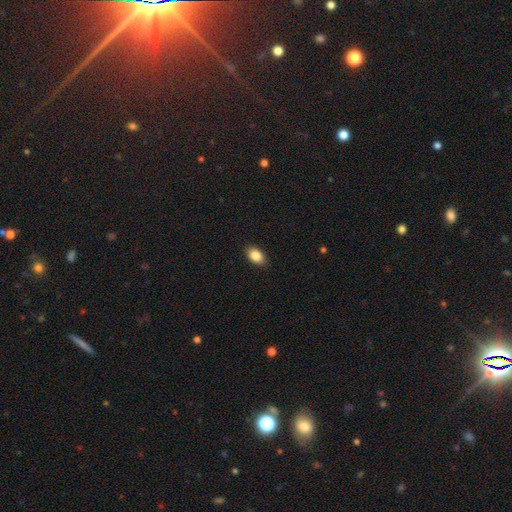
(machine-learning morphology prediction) A smooth galaxy with no disk features (87%) that is in between round and cigar-shaped (87%). Merging: none (89%).